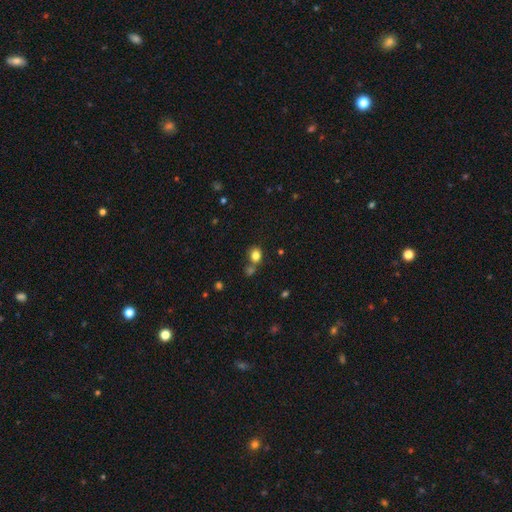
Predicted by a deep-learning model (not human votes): smooth_or_featured: smooth (p=0.81) [alt: star or artifact p=0.12]
how_rounded: round (p=0.62) [alt: in between p=0.37]
merging: none (p=0.55) [alt: merger p=0.27]